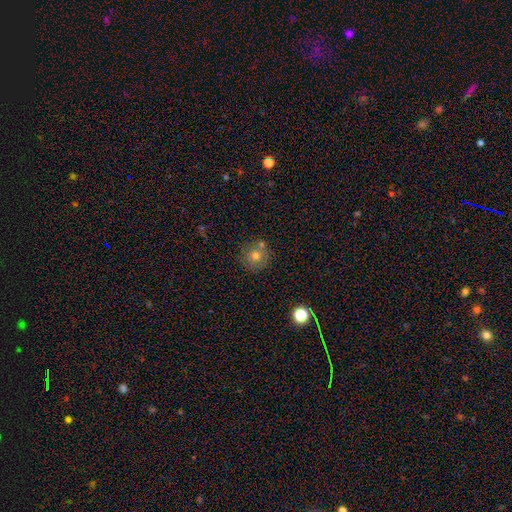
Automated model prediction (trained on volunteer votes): smooth 71%, featured or disk 16%, star or artifact 13%. Down the decision tree: how rounded — round (92%); merging — none (71%).